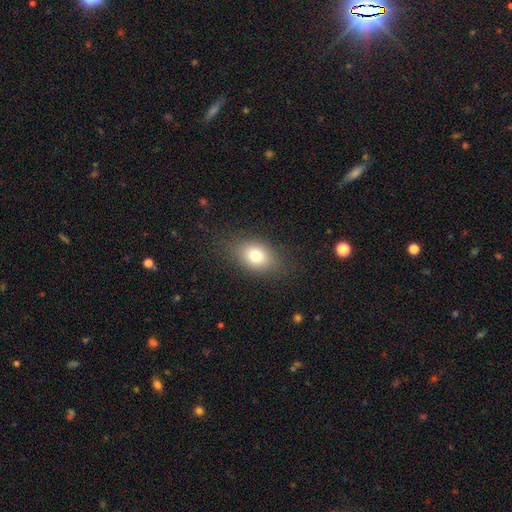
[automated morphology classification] Overall: smooth (76%). How rounded: in between (73%). Merging: none (82%).